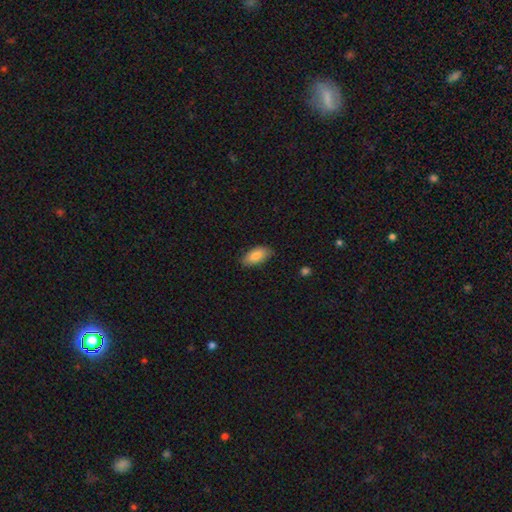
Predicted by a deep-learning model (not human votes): Smooth or featured? Predicted: smooth (p=0.84). How rounded? Predicted: in between (p=0.91). Merging? Predicted: none (p=0.80).